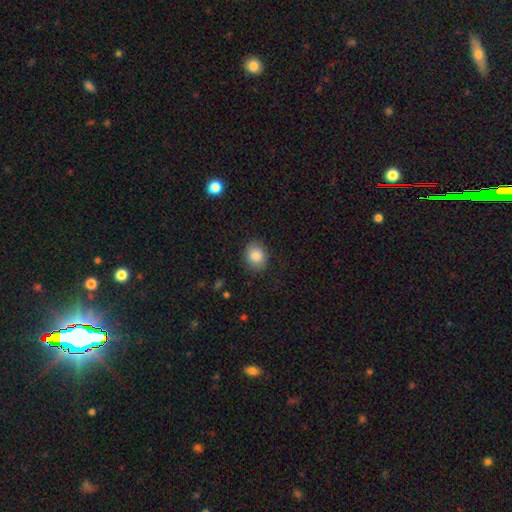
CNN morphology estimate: Smooth or featured? Predicted: smooth (p=0.85). How rounded? Predicted: round (p=0.59). Merging? Predicted: none (p=0.85).